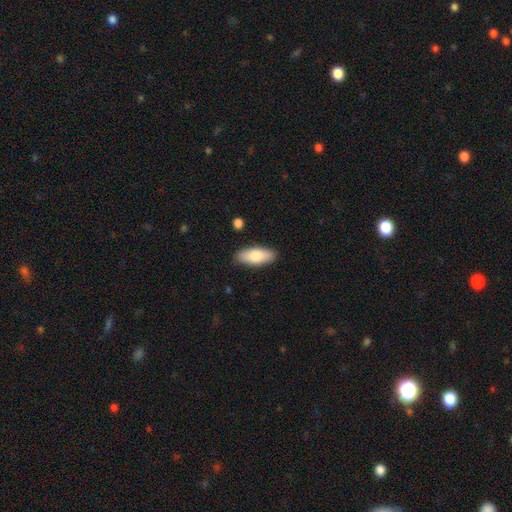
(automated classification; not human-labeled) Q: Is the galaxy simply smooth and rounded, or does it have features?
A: smooth — 79%.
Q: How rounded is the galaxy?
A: in between — 81%.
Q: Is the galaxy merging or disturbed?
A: none — 88%.